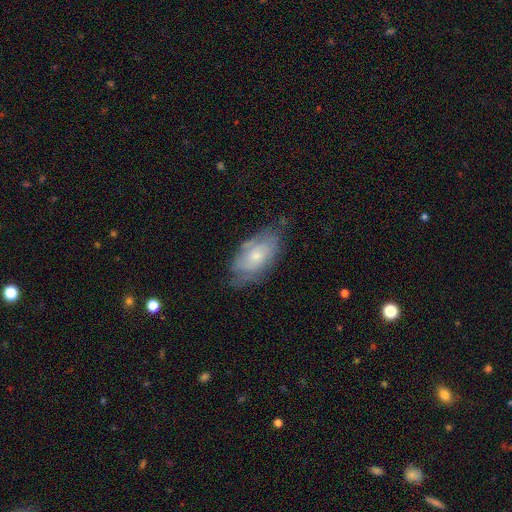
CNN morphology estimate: Smooth or featured? featured or disk (55%)
Edge-on disk? no (91%)
Bar? no (77%)
Spiral arms? yes (70%)
Bulge size? small (50%)
Merging? none (65%)